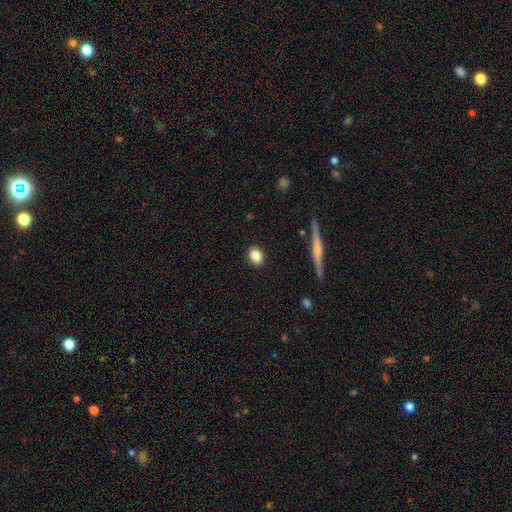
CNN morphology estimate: smooth-or-featured: smooth: 84% | star or artifact: 8% | featured or disk: 7%
  how-rounded: in between: 54% | round: 43% | cigar-shaped: 3%
  merging: none: 90% | minor disturbance: 7% | major disturbance: 2% | merger: 1%